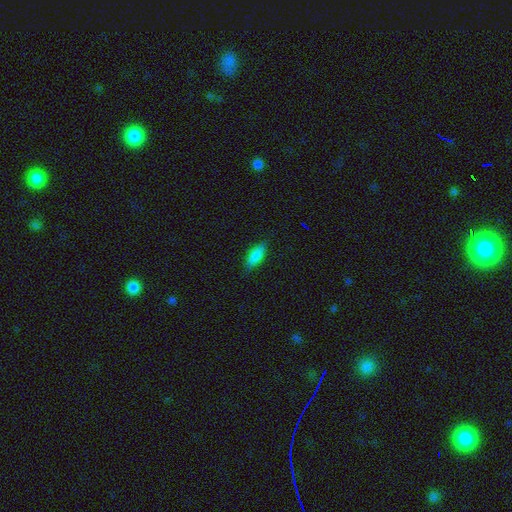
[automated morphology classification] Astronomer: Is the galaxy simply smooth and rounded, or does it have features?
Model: smooth — 83%.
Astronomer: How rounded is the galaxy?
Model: in between — 75%.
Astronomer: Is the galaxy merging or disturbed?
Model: none — 83%.